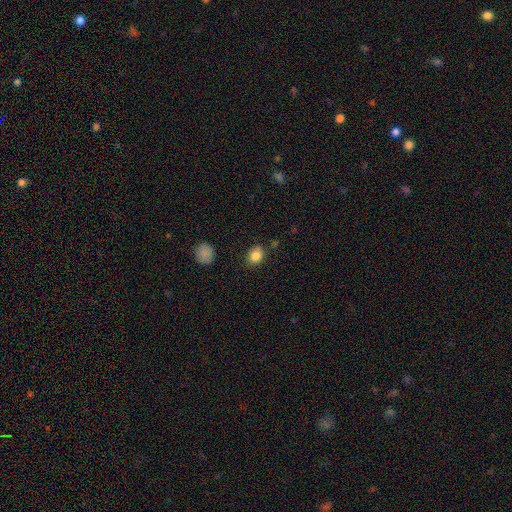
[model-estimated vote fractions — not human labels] smooth_or_featured: smooth (p=0.85) [alt: star or artifact p=0.09]
how_rounded: in between (p=0.59) [alt: round p=0.40]
merging: none (p=0.83) [alt: minor disturbance p=0.12]